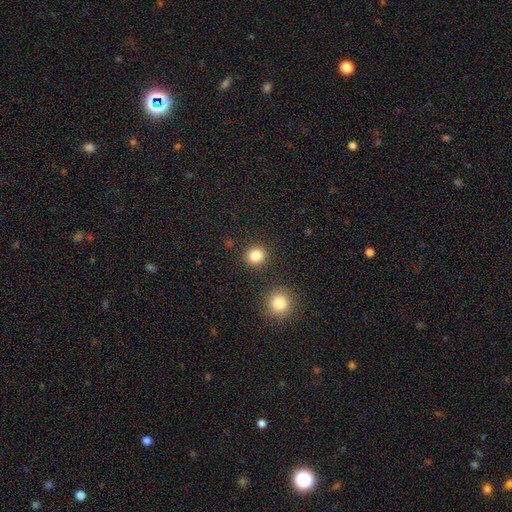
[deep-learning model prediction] Q: Smooth or featured?
A: smooth (83%); runner-up: star or artifact (12%)
Q: How rounded?
A: round (86%); runner-up: in between (13%)
Q: Merging?
A: none (87%); runner-up: minor disturbance (6%)